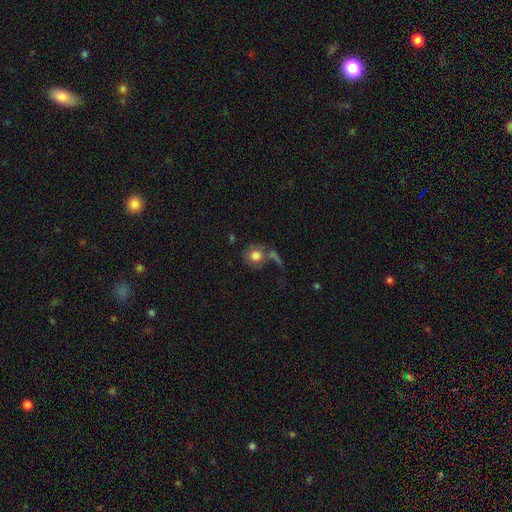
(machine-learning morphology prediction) Overall: smooth (75%). How rounded: round (82%). Merging: none (45%; merger 23%).